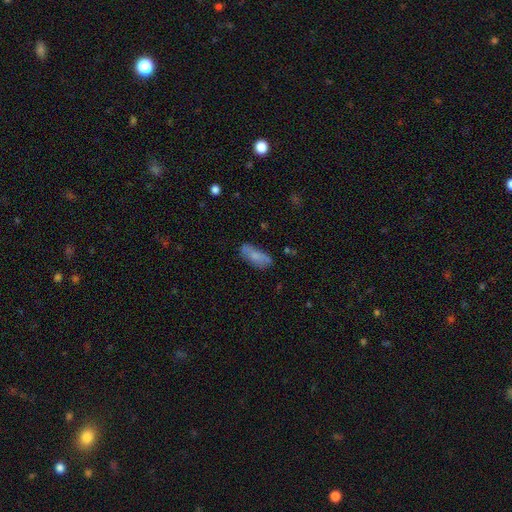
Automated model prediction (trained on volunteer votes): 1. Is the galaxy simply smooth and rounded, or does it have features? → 72% smooth, 21% featured or disk, 7% star or artifact.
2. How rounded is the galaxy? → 73% in between, 24% cigar-shaped, 3% round.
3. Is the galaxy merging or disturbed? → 64% none, 24% minor disturbance, 7% major disturbance, 5% merger.